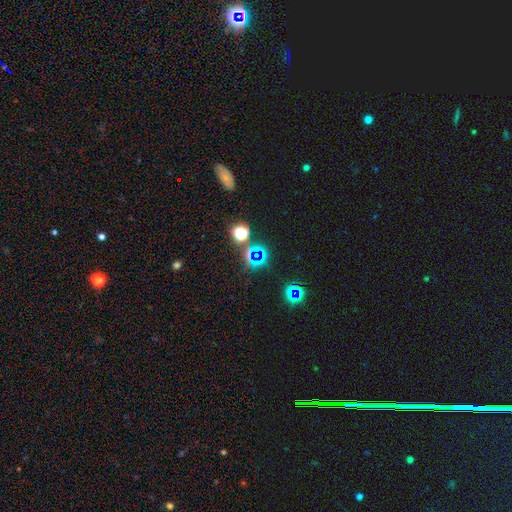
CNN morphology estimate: smooth_or_featured: star or artifact (p=0.74) [alt: smooth p=0.18]